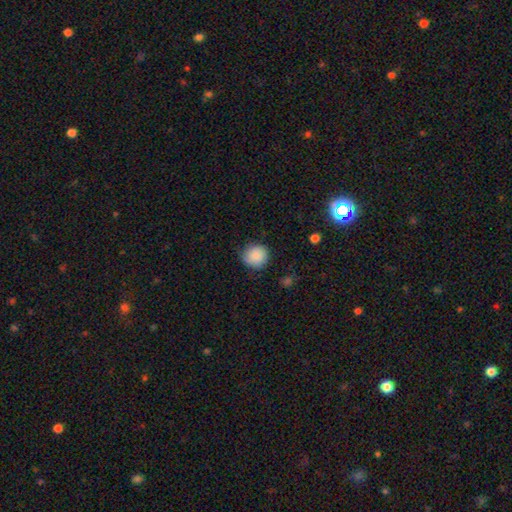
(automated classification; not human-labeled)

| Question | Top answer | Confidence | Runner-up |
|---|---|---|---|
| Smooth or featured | smooth | 87% | star or artifact (8%) |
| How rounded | round | 89% | in between (10%) |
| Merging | none | 81% | minor disturbance (15%) |